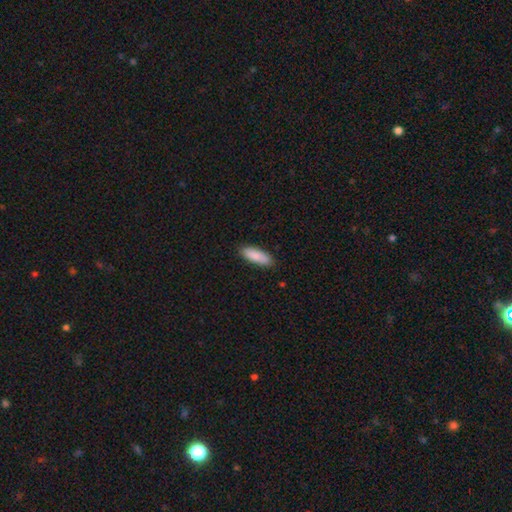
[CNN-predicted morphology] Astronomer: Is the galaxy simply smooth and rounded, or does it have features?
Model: smooth — 87%.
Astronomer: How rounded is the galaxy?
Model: in between — 62%.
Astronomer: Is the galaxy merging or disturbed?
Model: none — 85%.